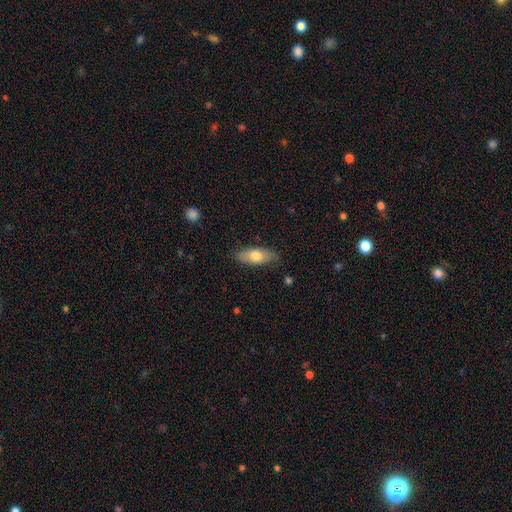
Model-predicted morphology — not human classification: smooth 71%, featured or disk 23%, star or artifact 6%. Down the decision tree: how rounded — in between (81%); merging — none (82%).